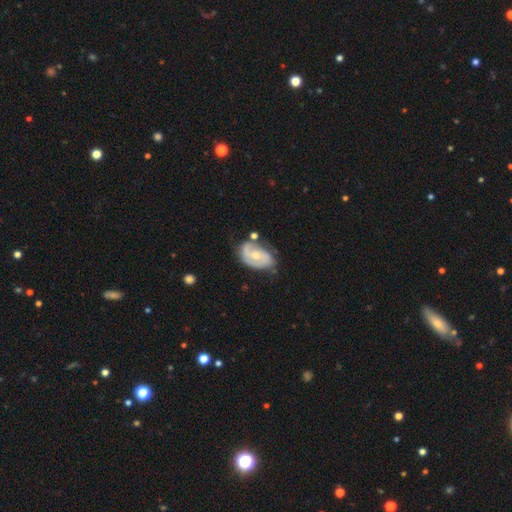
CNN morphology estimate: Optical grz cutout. It shows a featured or disk galaxy (68%) with no bar (59%), 2 (60%) tight (41%) spiral arms (78%) and a moderate central bulge (58%). Merging: none (49%).